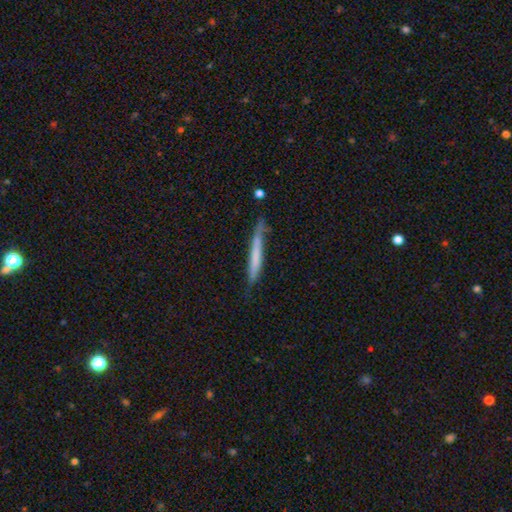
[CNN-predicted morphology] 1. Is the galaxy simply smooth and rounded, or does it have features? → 58% smooth, 36% featured or disk, 6% star or artifact.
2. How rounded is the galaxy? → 96% cigar-shaped, 3% in between, 1% round.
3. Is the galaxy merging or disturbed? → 65% none, 26% minor disturbance, 6% major disturbance, 3% merger.